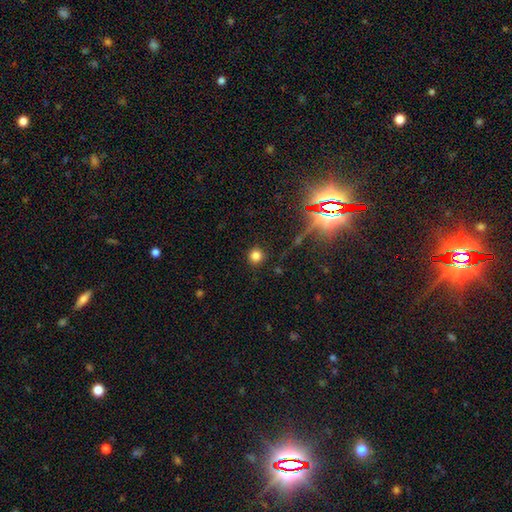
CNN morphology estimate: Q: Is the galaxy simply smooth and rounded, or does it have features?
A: smooth — 78%.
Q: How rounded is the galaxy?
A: round — 93%.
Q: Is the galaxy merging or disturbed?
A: none — 88%.